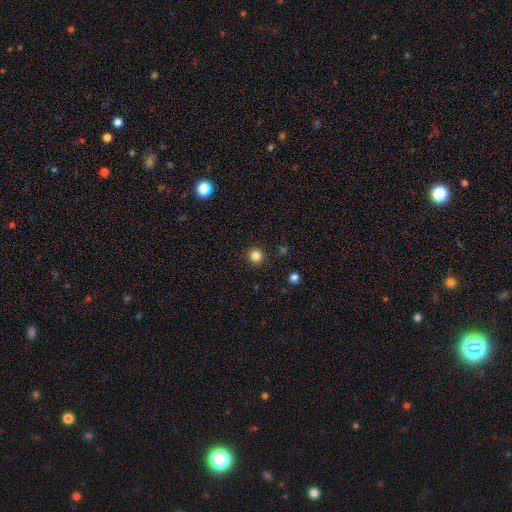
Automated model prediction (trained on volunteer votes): Morphology: type=smooth (84%); roundness=round (94%); merging=none (91%).